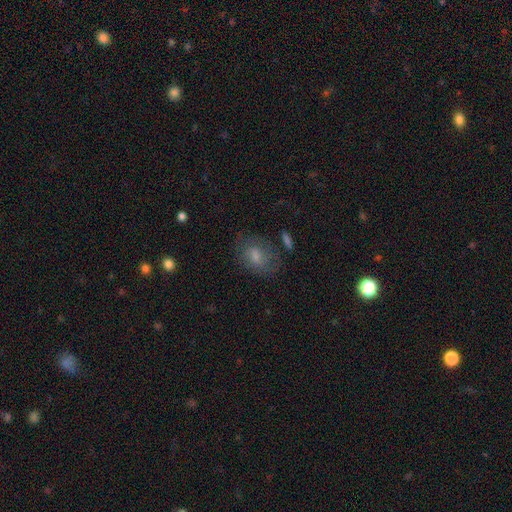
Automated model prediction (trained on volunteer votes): Smooth or featured? Predicted: smooth (p=0.55). How rounded? Predicted: in between (p=0.63). Merging? Predicted: none (p=0.70).